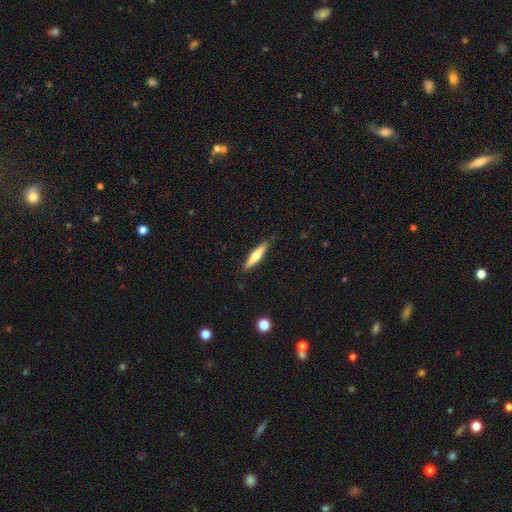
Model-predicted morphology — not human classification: Smooth or featured? smooth (51%)
How rounded? cigar-shaped (85%)
Merging? none (89%)